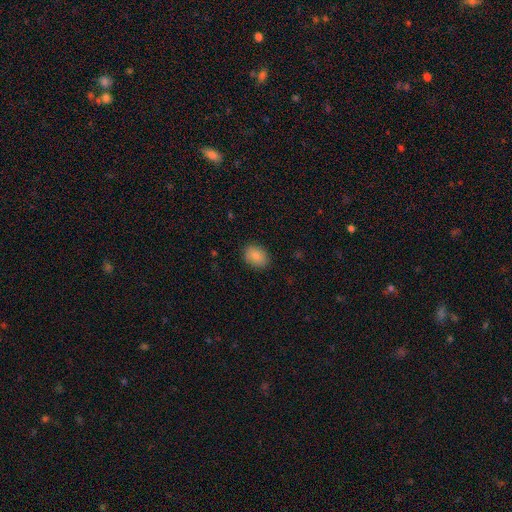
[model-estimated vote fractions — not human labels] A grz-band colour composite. It shows a smooth galaxy with no disk features (86%) that is in between round and cigar-shaped (68%). Merging: none (87%).